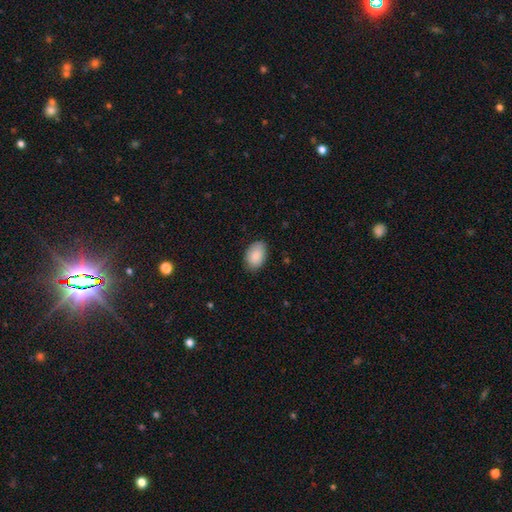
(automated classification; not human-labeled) A smooth galaxy with no disk features (88%) that is in between round and cigar-shaped (88%). Merging: none (82%).